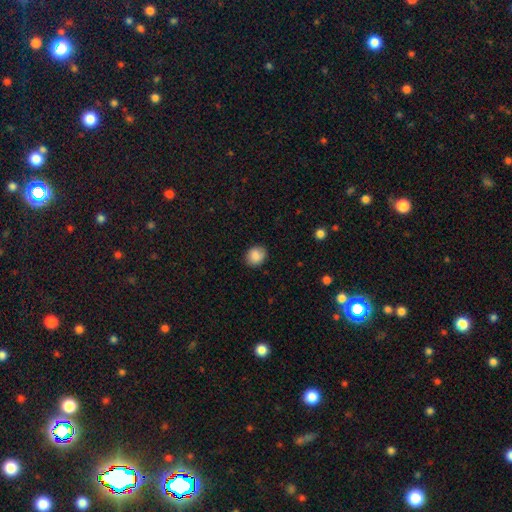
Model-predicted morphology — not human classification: This appears to be a smooth galaxy with no disk features (87%) that is round (67%). Merging: none (87%).